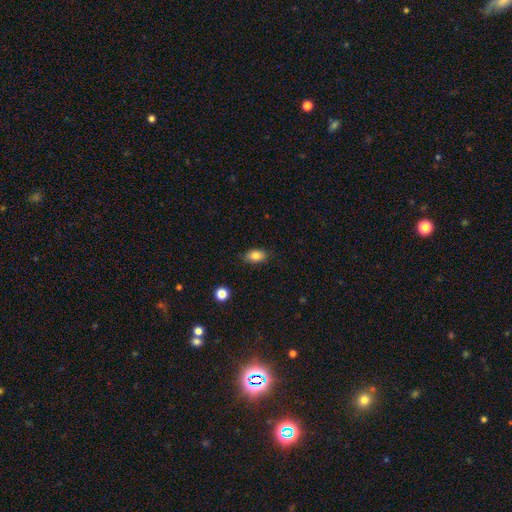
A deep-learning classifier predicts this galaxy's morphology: A smooth galaxy with no disk features (84%) that is in between round and cigar-shaped (88%). Merging: none (84%).